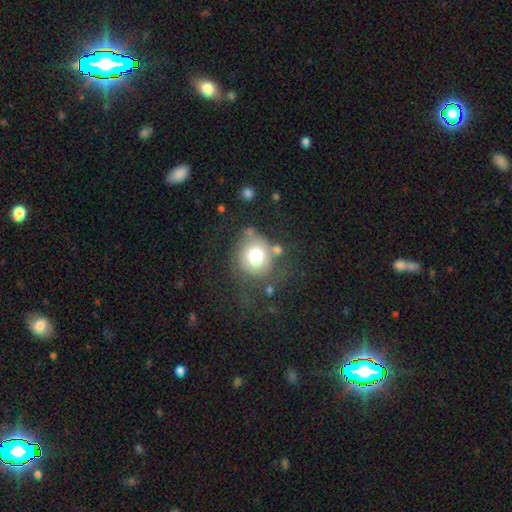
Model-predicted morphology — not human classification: Smooth or featured: smooth — 71% (featured or disk — 19%)
How rounded: round — 82% (in between — 17%)
Merging: none — 57% (minor disturbance — 19%)